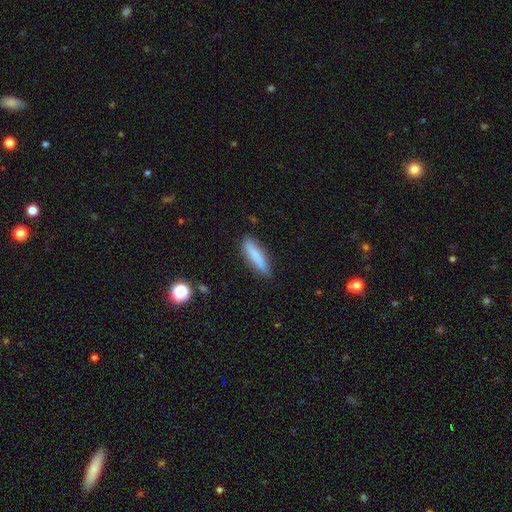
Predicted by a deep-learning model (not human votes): This is likely a smooth galaxy (79%). How rounded: likely cigar-shaped (79%). Merging: clearly none (81%).